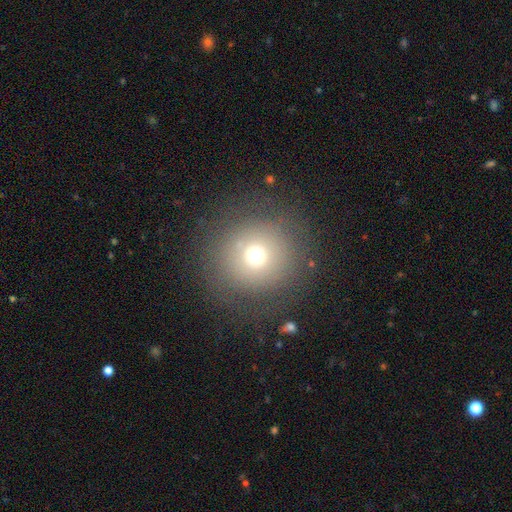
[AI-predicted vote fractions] This is likely a smooth galaxy (67%). How rounded: clearly round (93%). Merging: likely none (79%).